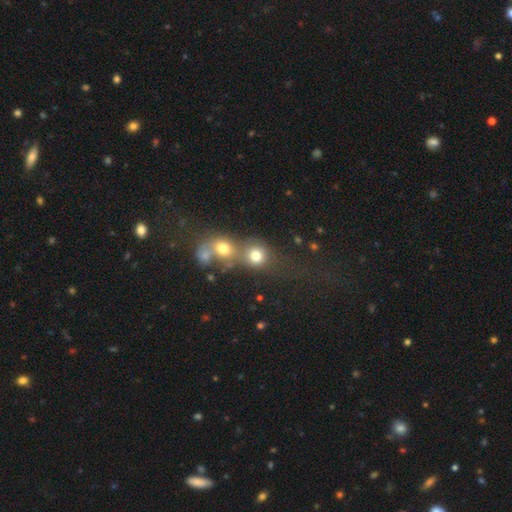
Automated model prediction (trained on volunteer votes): Q: Smooth or featured?
A: smooth (76%); runner-up: star or artifact (13%)
Q: How rounded?
A: round (81%); runner-up: in between (18%)
Q: Merging?
A: merger (54%); runner-up: none (34%)